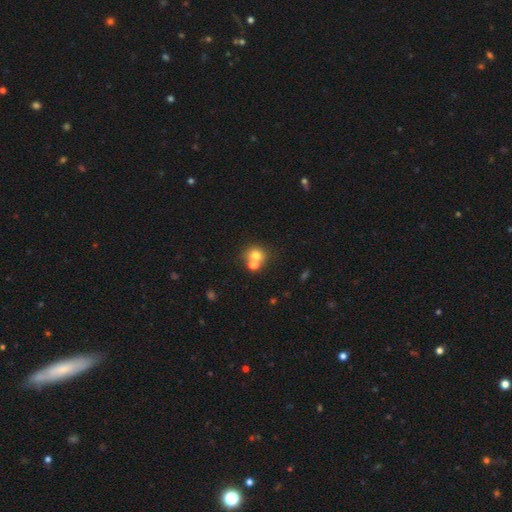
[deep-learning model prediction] Morphology: type=smooth (71%); roundness=round (74%); merging=none (45%).